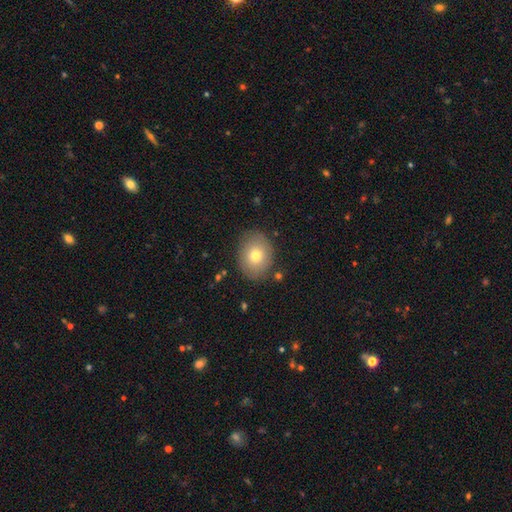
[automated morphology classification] This is likely a smooth galaxy (73%). How rounded: possibly round (51%). Merging: clearly none (82%).